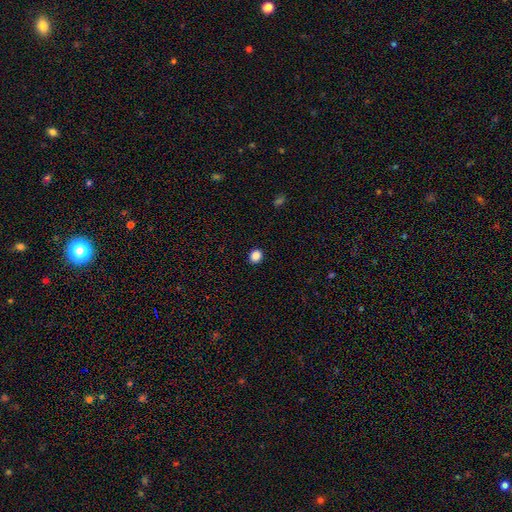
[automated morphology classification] smooth-or-featured: smooth: 87% | star or artifact: 11% | featured or disk: 3%
  how-rounded: round: 64% | in between: 35% | cigar-shaped: 1%
  merging: none: 92% | minor disturbance: 6% | major disturbance: 2% | merger: 1%